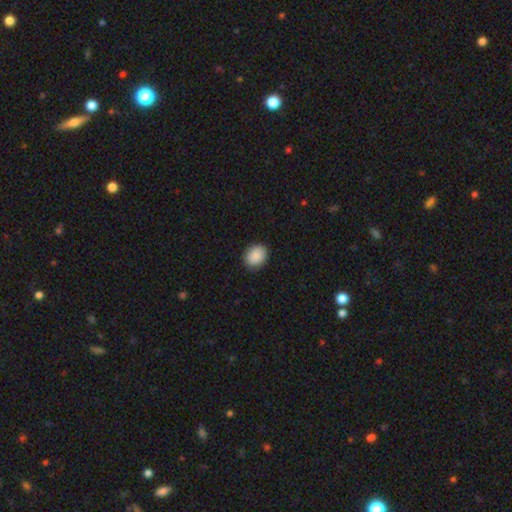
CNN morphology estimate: This appears to be a smooth galaxy with no disk features (89%) that is round (56%). Merging: none (89%).